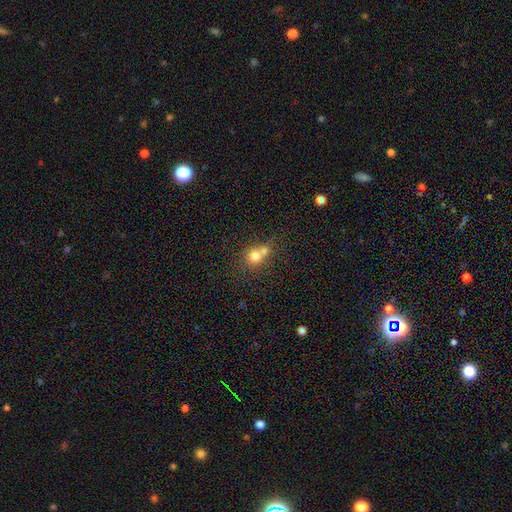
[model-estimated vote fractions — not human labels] Smooth or featured? Predicted: smooth (p=0.74). How rounded? Predicted: round (p=0.81). Merging? Predicted: merger (p=0.56).